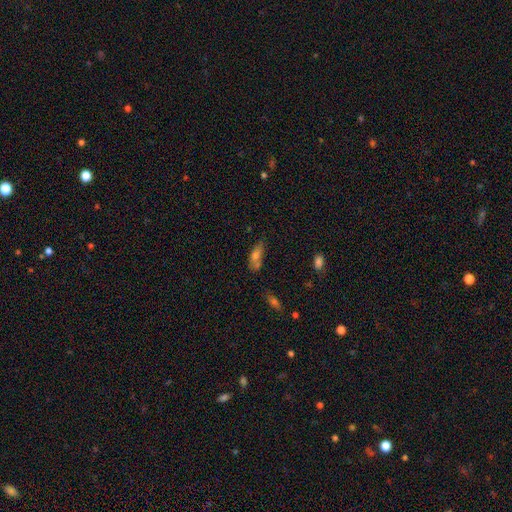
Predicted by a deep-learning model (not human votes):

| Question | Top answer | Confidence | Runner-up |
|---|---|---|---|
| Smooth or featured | smooth | 65% | featured or disk (25%) |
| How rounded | in between | 68% | cigar-shaped (27%) |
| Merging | none | 46% | merger (24%) |